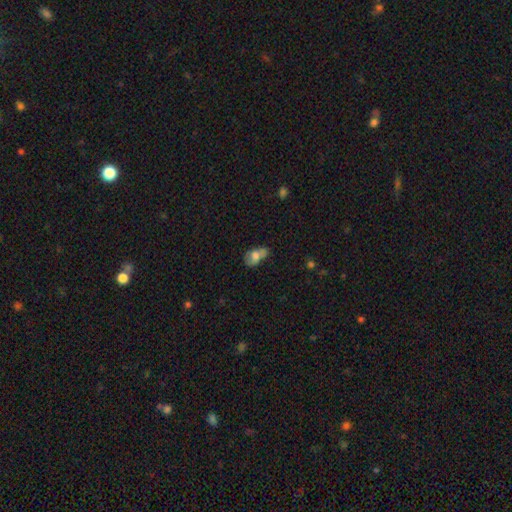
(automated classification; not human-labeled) Smooth or featured? Predicted: smooth (p=0.62). How rounded? Predicted: in between (p=0.85). Merging? Predicted: none (p=0.37).